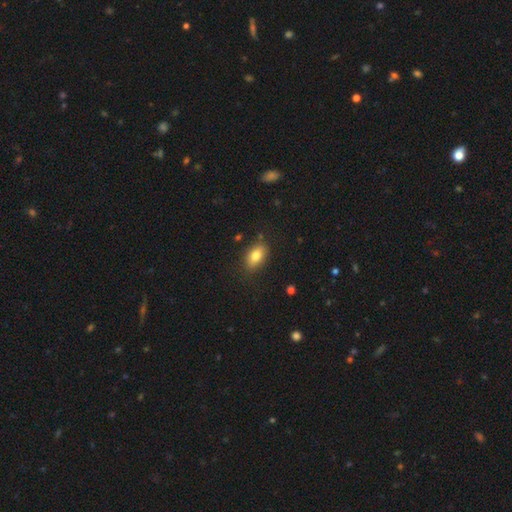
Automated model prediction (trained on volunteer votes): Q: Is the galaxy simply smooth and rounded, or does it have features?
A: smooth — 80%.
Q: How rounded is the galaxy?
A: in between — 86%.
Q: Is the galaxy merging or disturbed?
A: none — 81%.